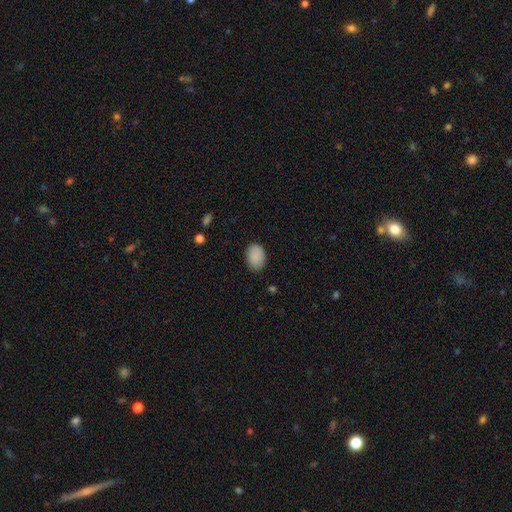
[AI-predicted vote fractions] Morphology: type=smooth (89%); roundness=in between (83%); merging=none (82%).